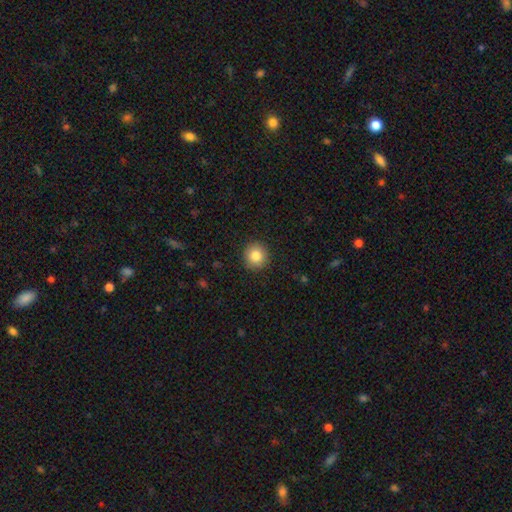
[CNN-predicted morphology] Q: Smooth or featured?
A: smooth (84%); runner-up: star or artifact (9%)
Q: How rounded?
A: round (94%); runner-up: in between (5%)
Q: Merging?
A: none (91%); runner-up: minor disturbance (6%)